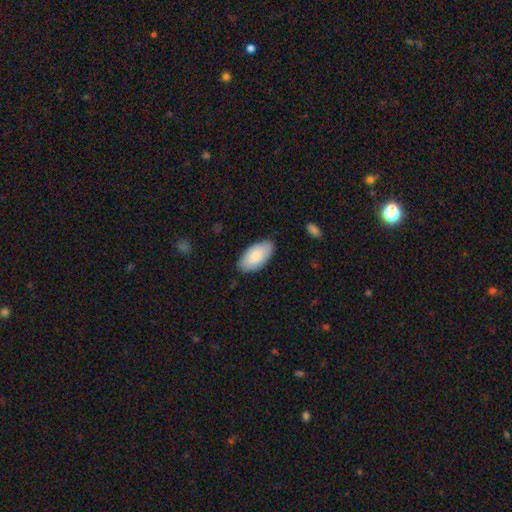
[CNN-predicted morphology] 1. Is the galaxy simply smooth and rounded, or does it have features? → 85% smooth, 10% featured or disk, 5% star or artifact.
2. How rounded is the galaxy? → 96% in between, 3% cigar-shaped, 2% round.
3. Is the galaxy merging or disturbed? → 83% none, 13% minor disturbance, 2% major disturbance, 1% merger.